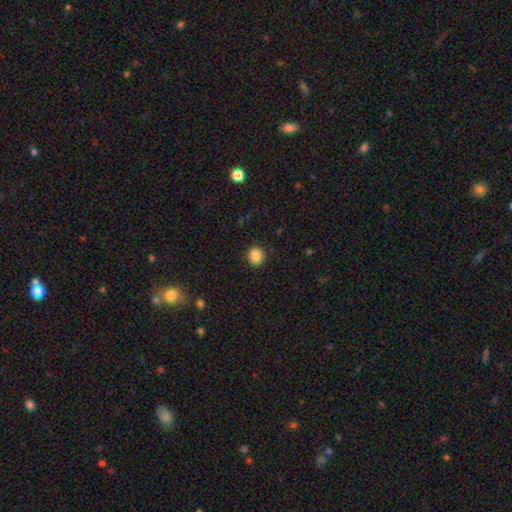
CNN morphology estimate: Smooth or featured? smooth (87%)
How rounded? round (83%)
Merging? none (89%)